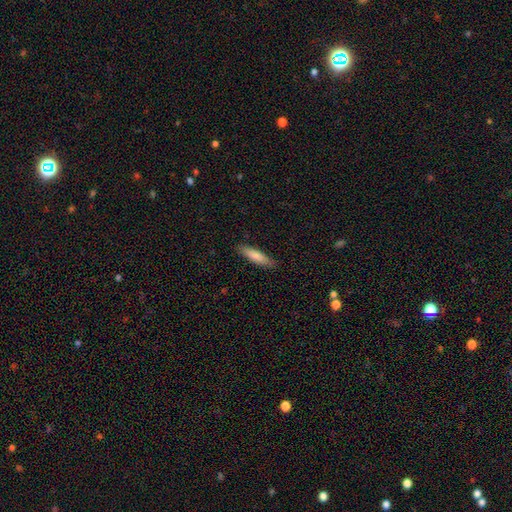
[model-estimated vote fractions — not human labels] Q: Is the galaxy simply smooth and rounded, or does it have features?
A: smooth — 79%.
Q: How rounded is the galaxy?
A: cigar-shaped — 74%.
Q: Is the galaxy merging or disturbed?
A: none — 88%.